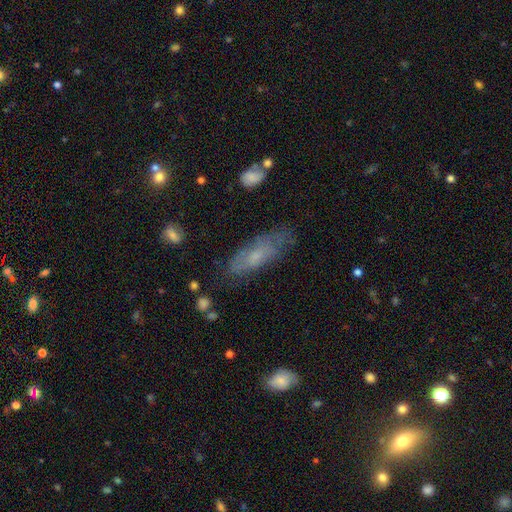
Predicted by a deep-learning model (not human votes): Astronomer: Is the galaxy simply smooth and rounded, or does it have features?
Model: smooth — 51% (runner-up: featured or disk, 40%).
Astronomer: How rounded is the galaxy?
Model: in between — 59% (runner-up: cigar-shaped, 38%).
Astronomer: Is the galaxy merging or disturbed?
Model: none — 67%.